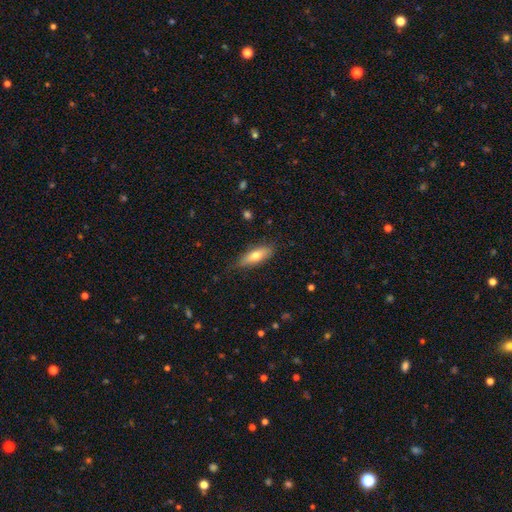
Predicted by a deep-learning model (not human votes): This is likely a smooth galaxy (69%). How rounded: likely in between (62%). Merging: clearly none (80%).